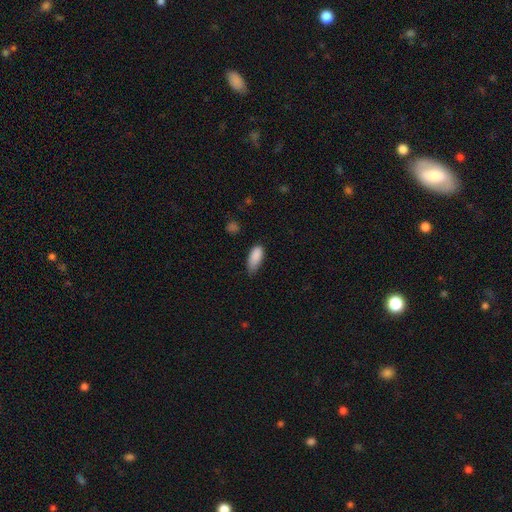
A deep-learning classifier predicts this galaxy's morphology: Smooth or featured? smooth (88%)
How rounded? in between (85%)
Merging? none (51%)